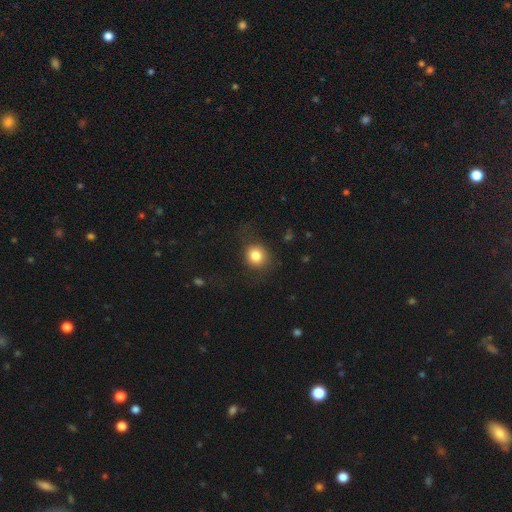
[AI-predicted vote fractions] Overall: smooth (82%). How rounded: round (84%). Merging: none (73%).